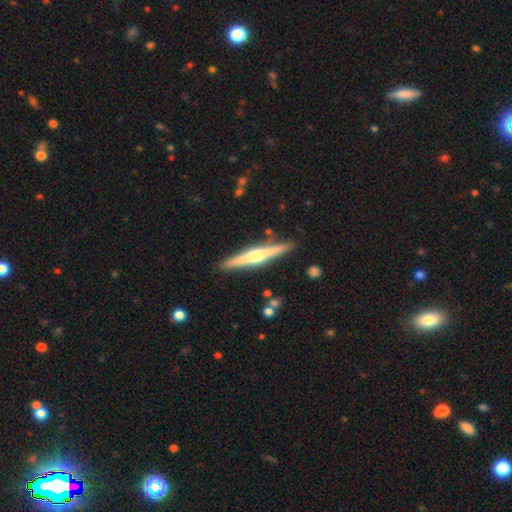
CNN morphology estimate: Smooth or featured?
  - featured or disk: 72% *
  - smooth: 23%
  - star or artifact: 5%
Edge-on disk?
  - yes: 98% *
  - no: 2%
Edge-on bulge?
  - rounded: 89% *
  - boxy: 6%
  - none: 5%
Merging?
  - none: 89% *
  - minor disturbance: 7%
  - merger: 2%
  - major disturbance: 2%